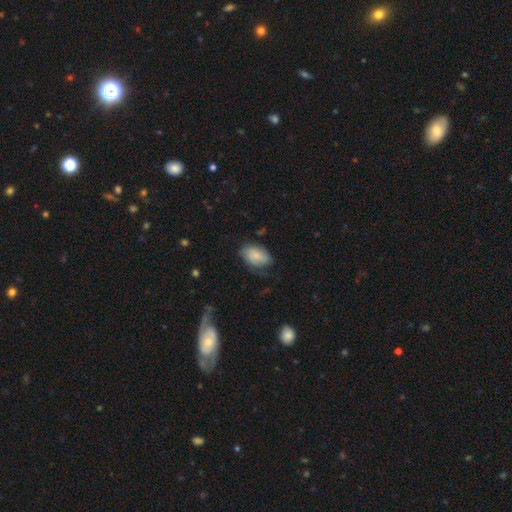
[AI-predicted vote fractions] Smooth or featured? smooth (71%)
How rounded? in between (90%)
Merging? none (62%)